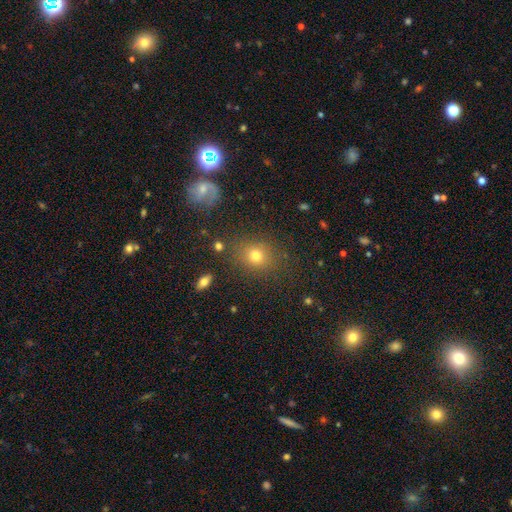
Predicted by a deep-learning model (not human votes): This is likely a smooth galaxy (73%). How rounded: likely round (65%). Merging: clearly none (81%).